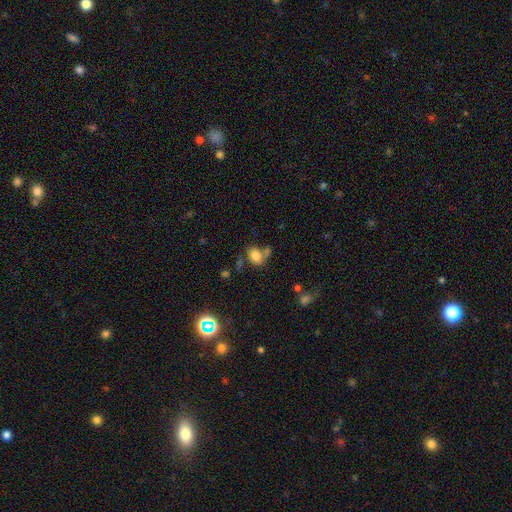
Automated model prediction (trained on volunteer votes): Smooth or featured? smooth (77%)
How rounded? in between (62%)
Merging? none (48%)